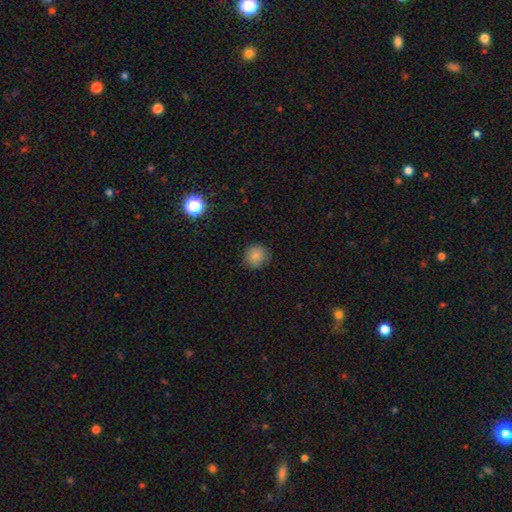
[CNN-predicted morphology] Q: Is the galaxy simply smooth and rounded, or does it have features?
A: smooth — 84%.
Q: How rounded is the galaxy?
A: round — 87%.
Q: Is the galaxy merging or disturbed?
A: none — 87%.